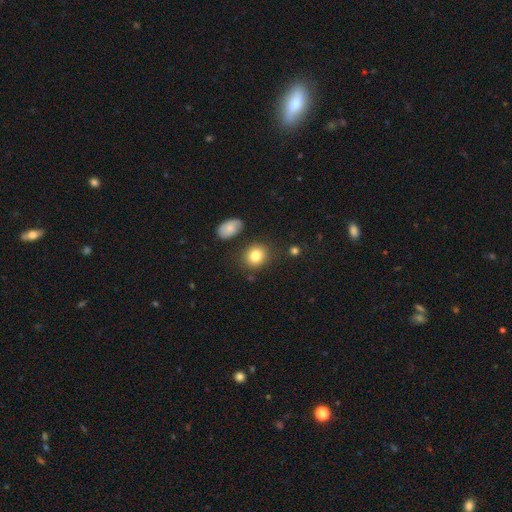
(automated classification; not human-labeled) Overall: smooth (81%). How rounded: round (70%). Merging: none (81%).